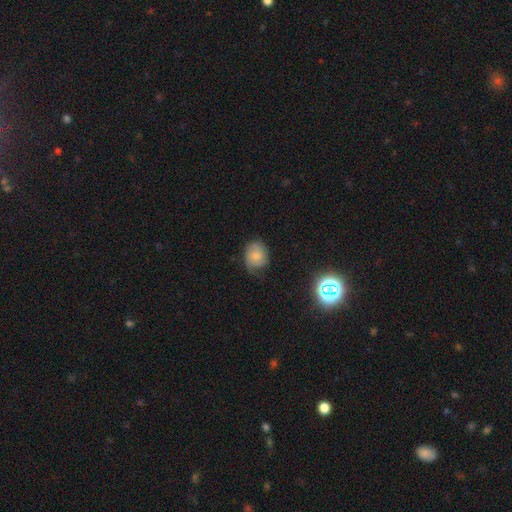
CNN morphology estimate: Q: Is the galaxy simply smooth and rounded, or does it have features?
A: smooth — 56%.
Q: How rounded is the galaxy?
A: round — 55%.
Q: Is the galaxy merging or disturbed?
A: none — 59%.